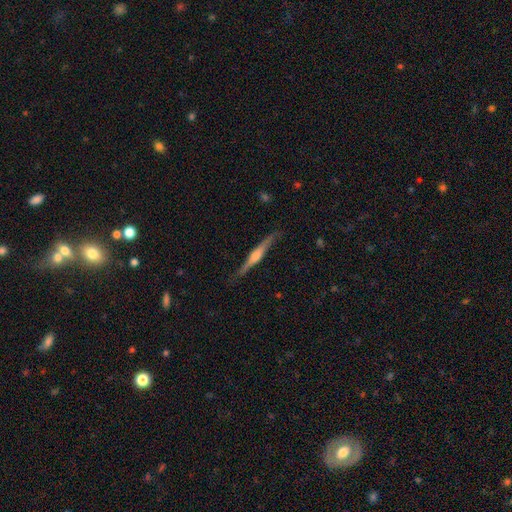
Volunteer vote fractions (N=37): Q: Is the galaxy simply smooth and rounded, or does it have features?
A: featured or disk — 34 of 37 (92%).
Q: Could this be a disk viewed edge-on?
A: yes — 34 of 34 (100%).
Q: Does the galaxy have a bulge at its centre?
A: rounded — 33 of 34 (97%).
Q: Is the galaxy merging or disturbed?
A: none — 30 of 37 (81%).